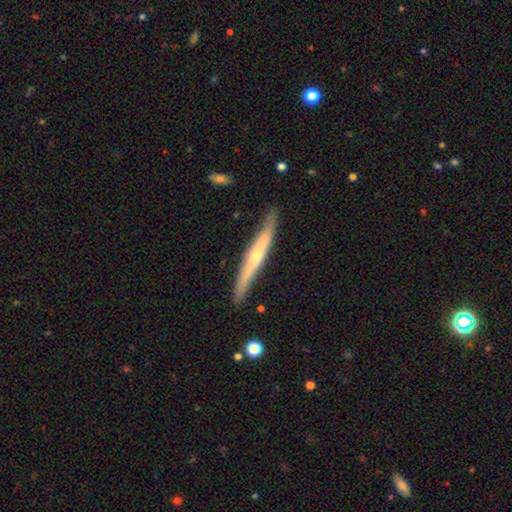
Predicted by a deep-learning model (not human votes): smooth_or_featured: featured or disk (p=0.59) [alt: smooth p=0.36]
disk_edge_on: yes (p=0.93) [alt: no p=0.07]
edge_on_bulge: rounded (p=0.60) [alt: none p=0.33]
merging: none (p=0.84) [alt: minor disturbance p=0.13]